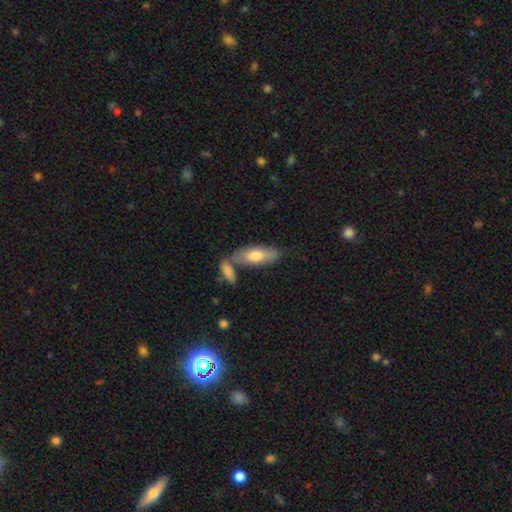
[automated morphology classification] Smooth or featured: smooth — 67% (featured or disk — 28%)
How rounded: in between — 72% (cigar-shaped — 26%)
Merging: none — 55% (merger — 26%)